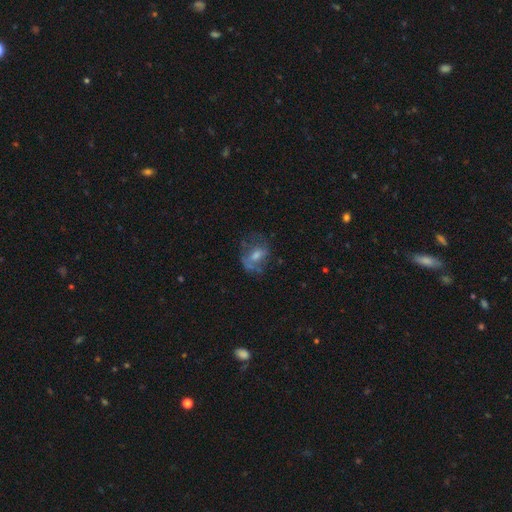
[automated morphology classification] Smooth or featured? Predicted: featured or disk (p=0.52). Edge-on disk? Predicted: no (p=0.95). Merging? Predicted: none (p=0.50).